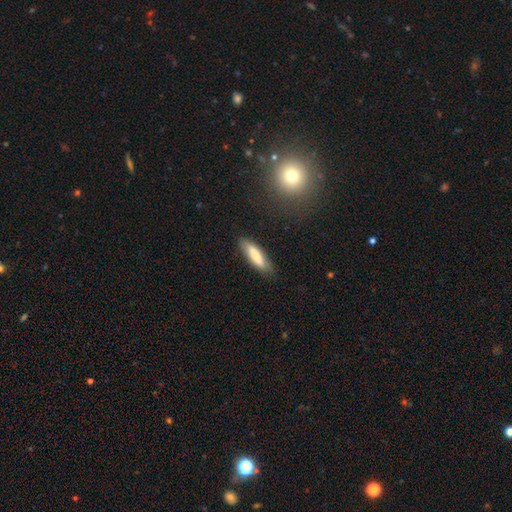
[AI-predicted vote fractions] This appears to be a smooth galaxy with no disk features (73%) that is cigar-shaped (59%). Merging: none (82%).